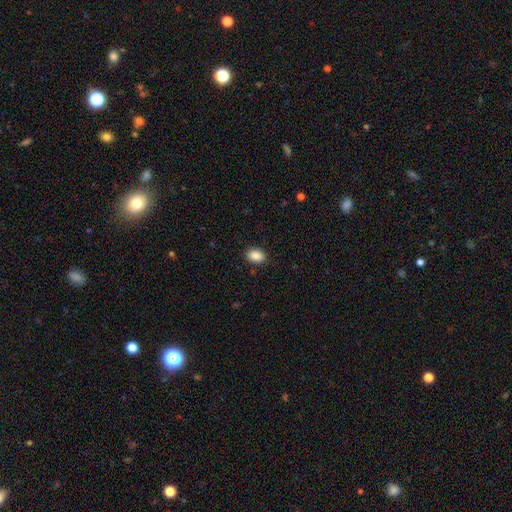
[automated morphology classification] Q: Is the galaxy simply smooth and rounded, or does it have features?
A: smooth — 89%.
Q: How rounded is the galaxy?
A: in between — 84%.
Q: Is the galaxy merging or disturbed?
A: none — 88%.